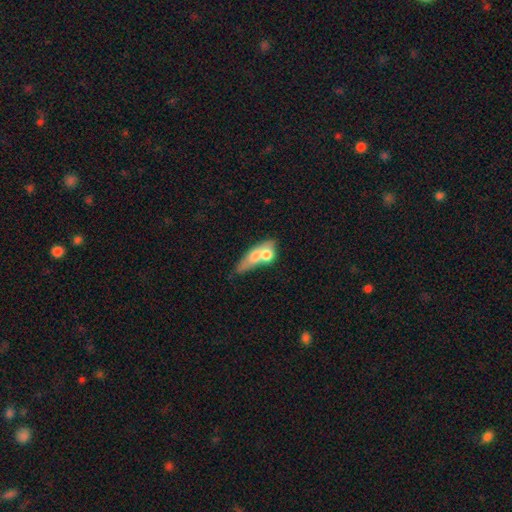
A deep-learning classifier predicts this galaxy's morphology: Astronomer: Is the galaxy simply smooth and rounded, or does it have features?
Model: smooth — 59% (runner-up: featured or disk, 34%).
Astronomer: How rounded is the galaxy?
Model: in between — 52% (runner-up: cigar-shaped, 32%).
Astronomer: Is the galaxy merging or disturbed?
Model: merger — 61%.